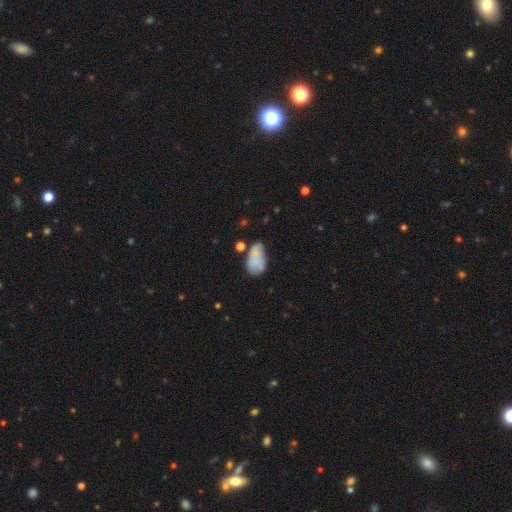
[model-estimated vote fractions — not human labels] smooth-or-featured: smooth: 70% | featured or disk: 20% | star or artifact: 10%
  how-rounded: in between: 91% | round: 7% | cigar-shaped: 2%
  merging: none: 37% | minor disturbance: 33% | major disturbance: 17% | merger: 12%